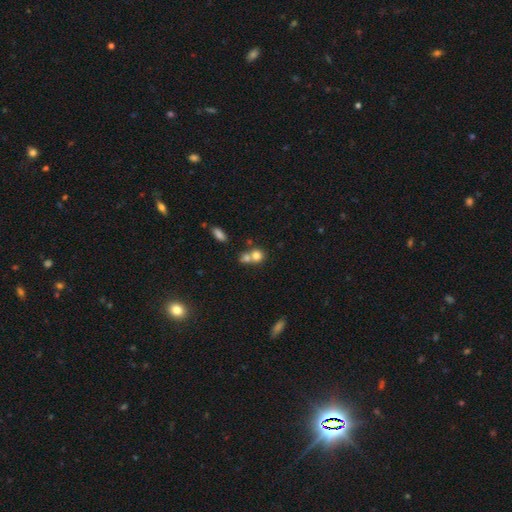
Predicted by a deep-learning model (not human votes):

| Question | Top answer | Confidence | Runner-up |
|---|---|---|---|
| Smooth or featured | smooth | 75% | featured or disk (13%) |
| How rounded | round | 77% | in between (22%) |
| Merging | merger | 55% | none (35%) |